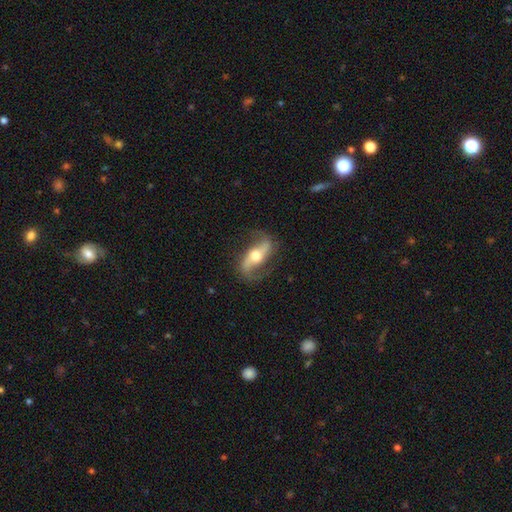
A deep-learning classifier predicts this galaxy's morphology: The model was most divided on "bar": no: 35%, strong: 34%, weak: 31%. More confident: spiral arms — yes (93%); spiral arm count — 2 (92%); edge-on disk — no (88%); smooth or featured — featured or disk (81%); merging — none (78%); spiral winding — loose (69%); bulge size — moderate (67%).